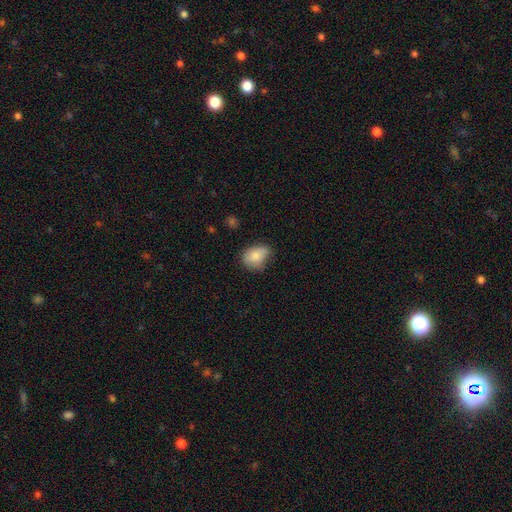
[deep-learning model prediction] Smooth or featured? smooth (82%)
How rounded? in between (68%)
Merging? none (54%)